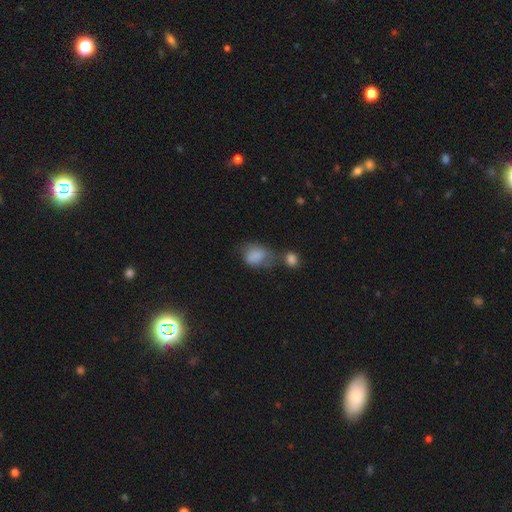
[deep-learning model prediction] Morphology: type=smooth (78%); roundness=in between (71%); merging=none (29%).